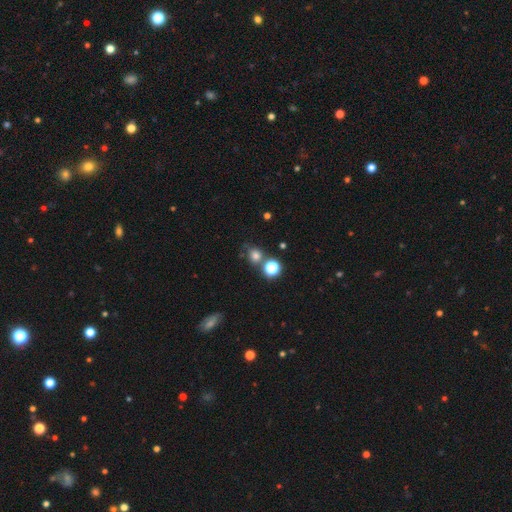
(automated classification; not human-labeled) This appears to be a smooth galaxy with no disk features (72%) that is round (84%). Merging: none (65%).